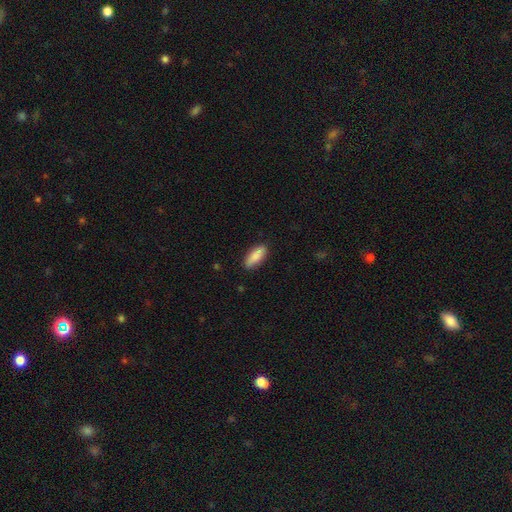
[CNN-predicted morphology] This is clearly a smooth galaxy (81%). How rounded: likely in between (67%). Merging: clearly none (81%).